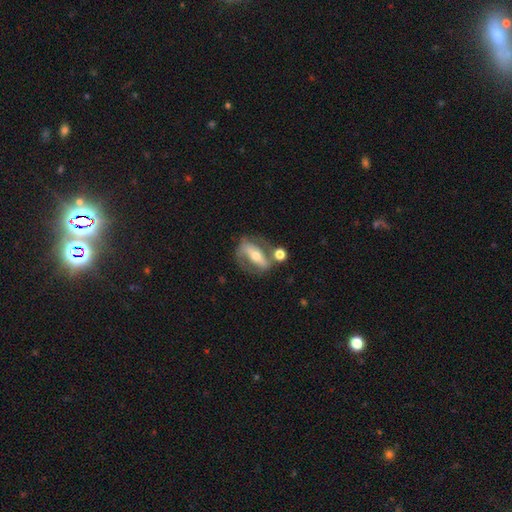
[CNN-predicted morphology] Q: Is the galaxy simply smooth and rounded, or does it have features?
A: featured or disk — 72%.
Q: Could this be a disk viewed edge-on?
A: no — 82%.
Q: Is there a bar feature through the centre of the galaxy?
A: strong — 64%.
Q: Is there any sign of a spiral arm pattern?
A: yes — 60%.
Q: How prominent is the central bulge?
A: moderate — 59%.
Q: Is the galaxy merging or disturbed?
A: none — 56%.